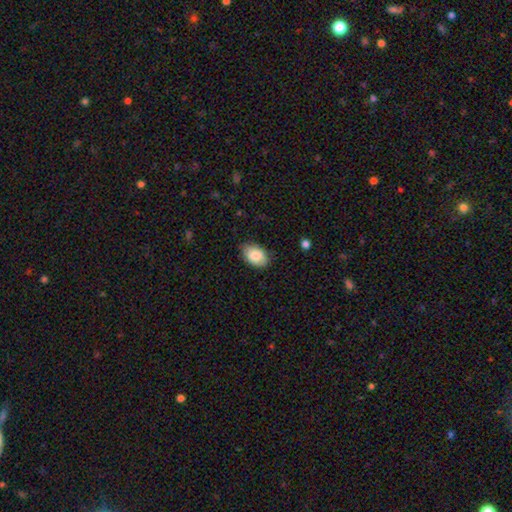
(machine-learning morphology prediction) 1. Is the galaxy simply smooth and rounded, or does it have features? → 83% smooth, 10% featured or disk, 7% star or artifact.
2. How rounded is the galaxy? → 88% in between, 11% round, 1% cigar-shaped.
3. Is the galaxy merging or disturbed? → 82% none, 15% minor disturbance, 3% major disturbance, 1% merger.